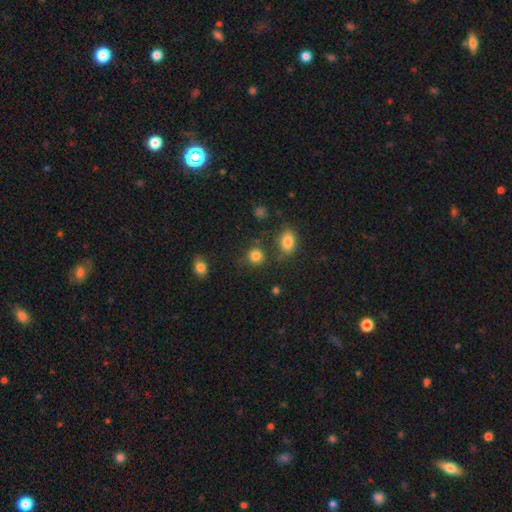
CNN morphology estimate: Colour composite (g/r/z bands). It shows a smooth galaxy with no disk features (83%) that is round (85%). Merging: none (76%).